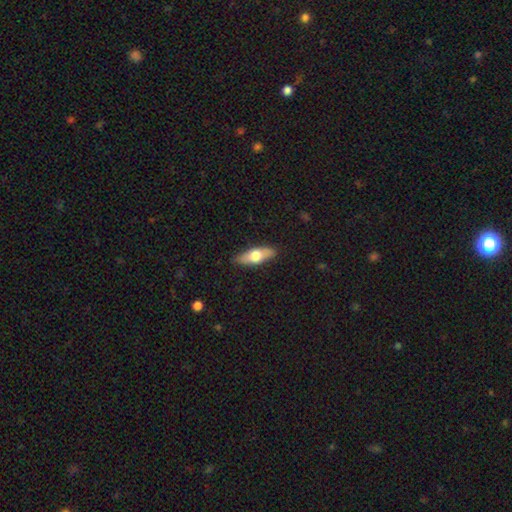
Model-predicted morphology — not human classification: Q: Smooth or featured?
A: smooth (55%); runner-up: featured or disk (39%)
Q: How rounded?
A: in between (61%); runner-up: cigar-shaped (36%)
Q: Merging?
A: none (86%); runner-up: minor disturbance (11%)